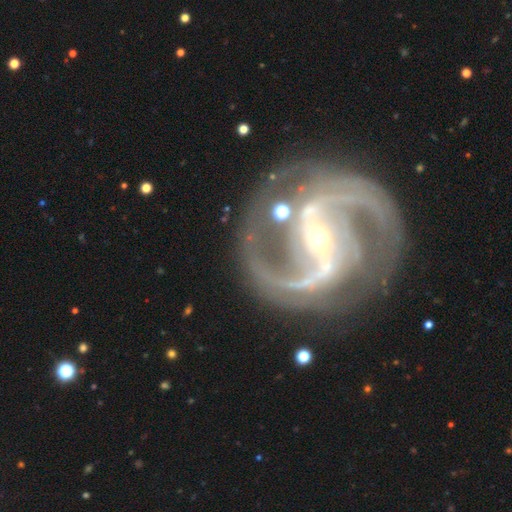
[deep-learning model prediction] smooth-or-featured: featured or disk: 93% | star or artifact: 5% | smooth: 2%
  disk-edge-on: no: 98% | yes: 2%
    bar: strong: 59% | weak: 26% | no: 16%
    has-spiral-arms: yes: 99% | no: 1%
      spiral-winding: medium: 63% | tight: 19% | loose: 19%
      spiral-arm-count: 2: 92% | 3: 2% | can't tell: 2% | 4: 1% | 1: 1% | more than 4: 1%
    bulge-size: small: 76% | moderate: 21% | large: 1% | none: 1% | dominant: 1%
  merging: none: 79% | minor disturbance: 12% | major disturbance: 6% | merger: 3%